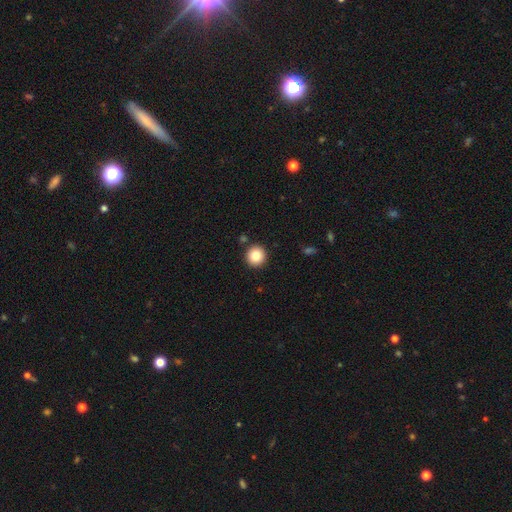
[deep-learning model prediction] Q: Smooth or featured?
A: smooth (84%); runner-up: star or artifact (10%)
Q: How rounded?
A: round (94%); runner-up: in between (5%)
Q: Merging?
A: none (90%); runner-up: minor disturbance (5%)